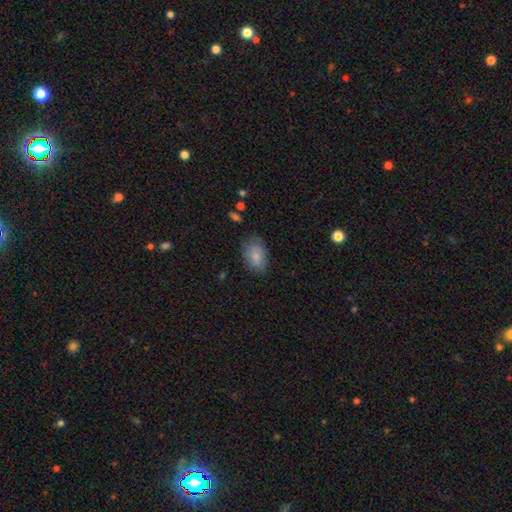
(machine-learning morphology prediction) A smooth galaxy with no disk features (82%) that is in between round and cigar-shaped (88%).

Vote fractions:
- Smooth or featured? smooth: 82% / featured or disk: 11% / star or artifact: 7%
- How rounded? in between: 88% / round: 11% / cigar-shaped: 1%
- Merging? none: 76% / minor disturbance: 18% / major disturbance: 4% / merger: 1%